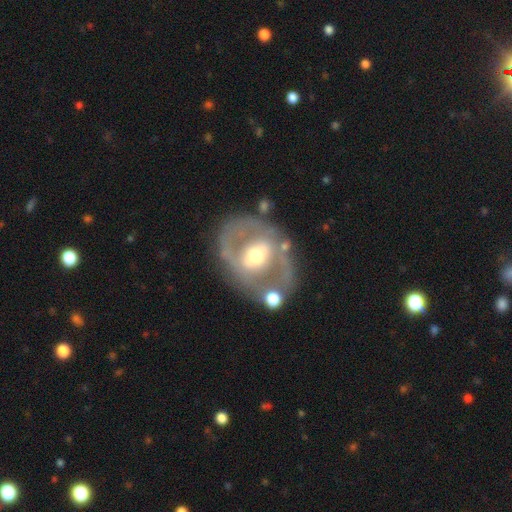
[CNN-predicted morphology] featured or disk 73%, smooth 21%, star or artifact 6%. Down the decision tree: edge-on disk — no (94%); bar — weak (38%); spiral arms — no (50%, tied with yes); bulge size — moderate (66%); merging — none (66%).